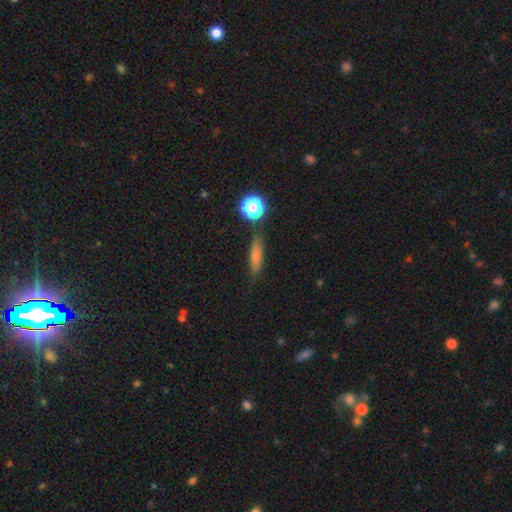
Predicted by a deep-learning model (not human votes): smooth_or_featured: smooth (p=0.64) [alt: featured or disk p=0.24]
how_rounded: cigar-shaped (p=0.73) [alt: in between p=0.20]
merging: none (p=0.80) [alt: minor disturbance p=0.13]